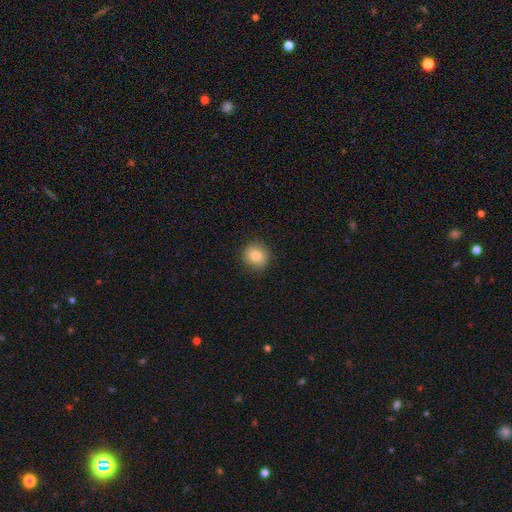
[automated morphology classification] smooth 80%, featured or disk 10%, star or artifact 10%. Down the decision tree: how rounded — round (91%); merging — none (89%).